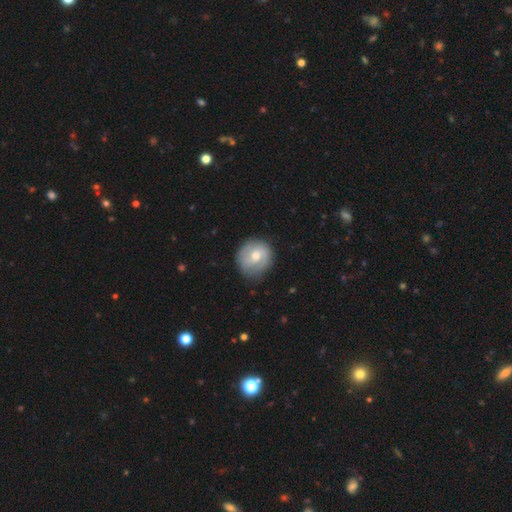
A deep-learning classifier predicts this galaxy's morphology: The model was most divided on "smooth or featured": smooth: 49%, featured or disk: 45%, star or artifact: 6%. More confident: merging — none (76%).